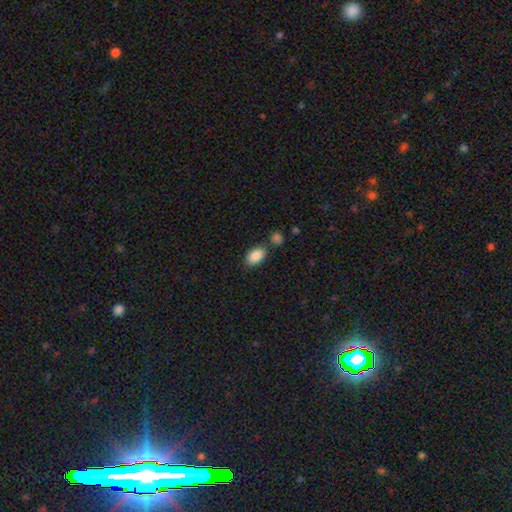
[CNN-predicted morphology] smooth 88%, star or artifact 7%, featured or disk 5%. Down the decision tree: how rounded — in between (91%); merging — none (71%).